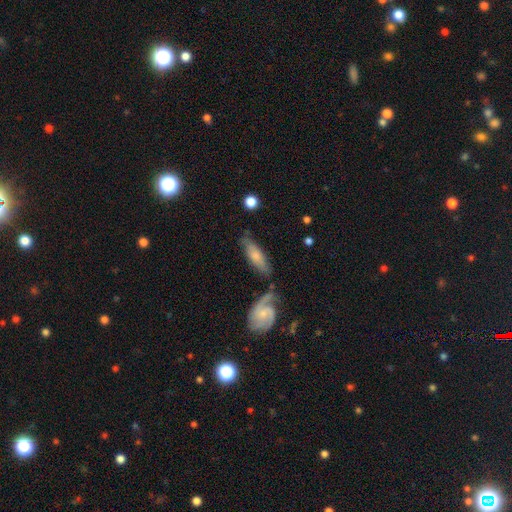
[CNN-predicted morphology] A smooth galaxy with no disk features (57%) that is cigar-shaped (50%).

Vote fractions:
- Smooth or featured? smooth: 57% / featured or disk: 37% / star or artifact: 6%
- How rounded? cigar-shaped: 50% / in between: 47% / round: 3%
- Merging? none: 63% / minor disturbance: 19% / merger: 12% / major disturbance: 7%